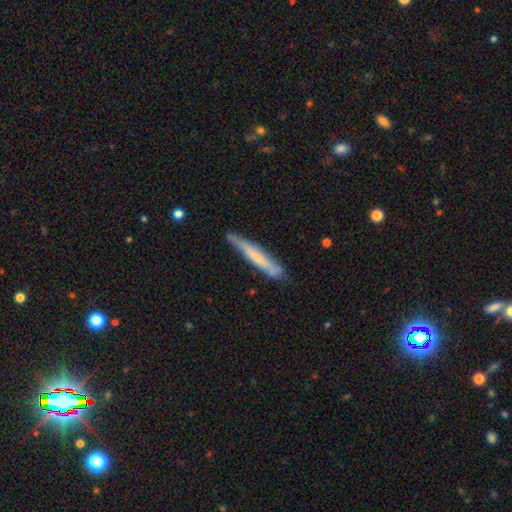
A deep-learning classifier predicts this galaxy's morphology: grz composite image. It shows a smooth galaxy with no disk features (51%) that is cigar-shaped (95%). Merging: none (83%).